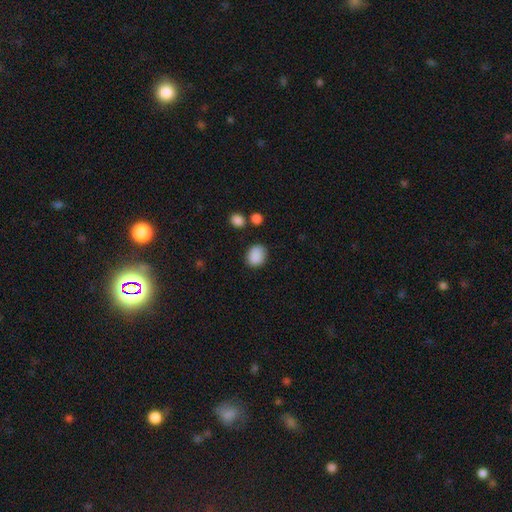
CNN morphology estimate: A smooth galaxy with no disk features (88%) that is in between round and cigar-shaped (51%). Merging: none (79%).